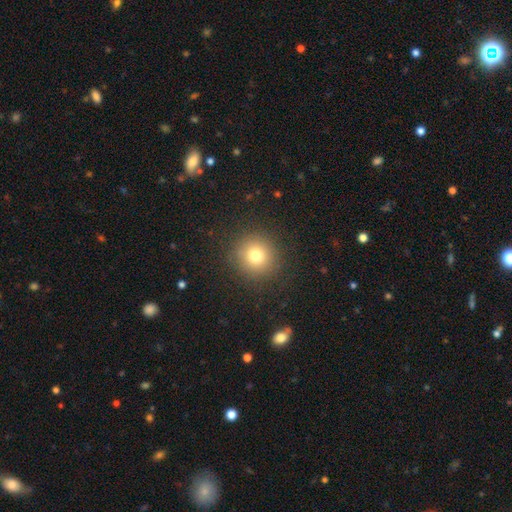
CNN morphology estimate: Smooth or featured?
  - smooth: 76% *
  - star or artifact: 14%
  - featured or disk: 10%
How rounded?
  - round: 93% *
  - in between: 6%
  - cigar-shaped: 1%
Merging?
  - none: 89% *
  - minor disturbance: 6%
  - major disturbance: 3%
  - merger: 1%